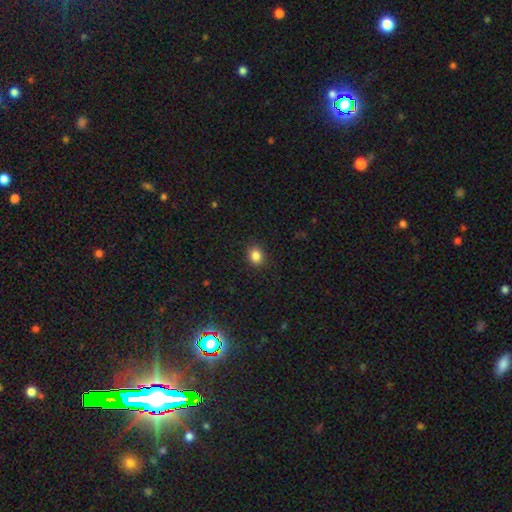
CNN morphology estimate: Smooth or featured?
  - smooth: 85% *
  - star or artifact: 11%
  - featured or disk: 4%
How rounded?
  - round: 53% *
  - in between: 46%
  - cigar-shaped: 1%
Merging?
  - none: 89% *
  - minor disturbance: 8%
  - major disturbance: 2%
  - merger: 1%